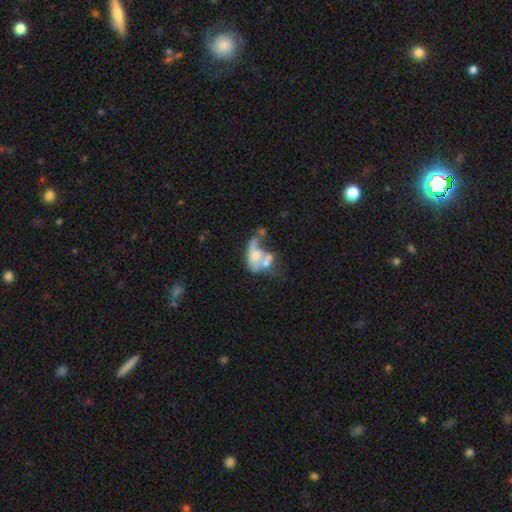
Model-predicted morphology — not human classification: smooth_or_featured: featured or disk (p=0.51) [alt: smooth p=0.39]
disk_edge_on: no (p=0.96) [alt: yes p=0.04]
merging: merger (p=0.53) [alt: major disturbance p=0.26]